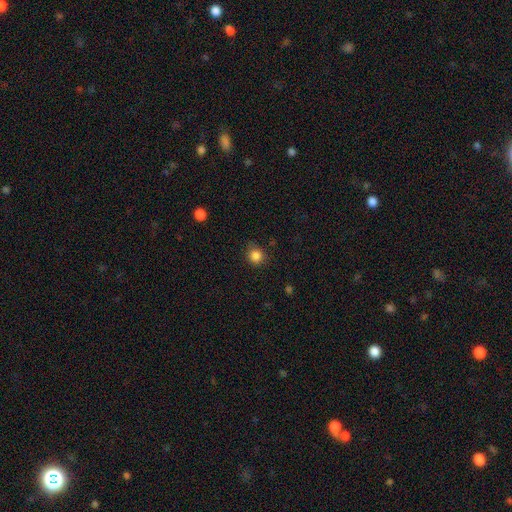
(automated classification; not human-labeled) Morphology: type=smooth (85%); roundness=round (88%); merging=none (79%).